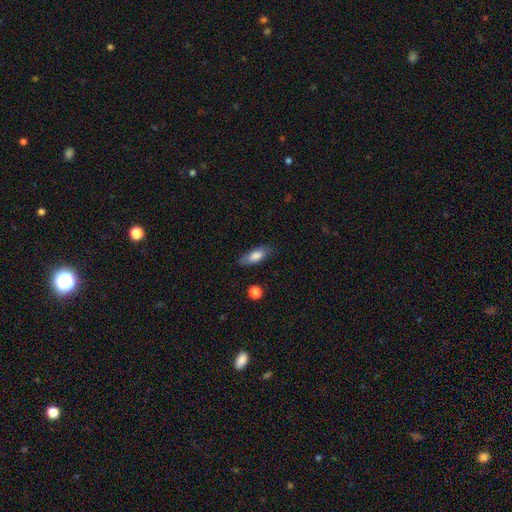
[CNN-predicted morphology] This appears to be a smooth galaxy with no disk features (78%) that is in between round and cigar-shaped (74%). Merging: none (75%).